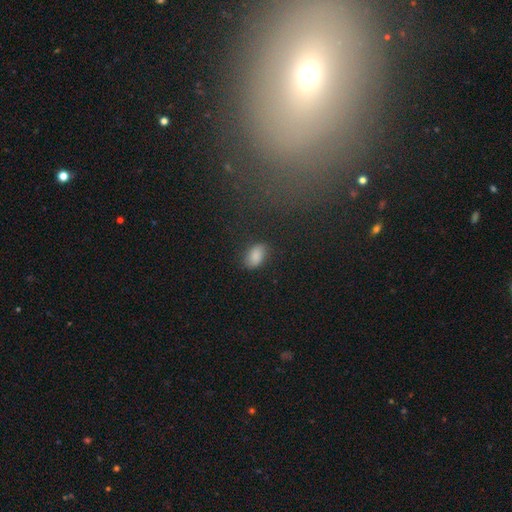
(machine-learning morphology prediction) This is clearly a smooth galaxy (84%). How rounded: clearly in between (90%). Merging: likely none (77%).